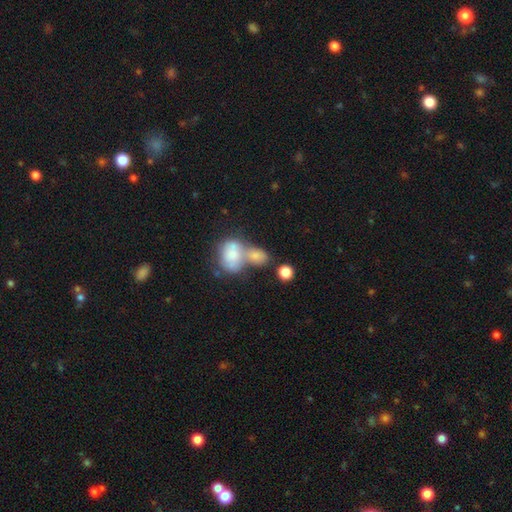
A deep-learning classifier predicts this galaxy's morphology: Q: Smooth or featured?
A: smooth (75%); runner-up: featured or disk (16%)
Q: How rounded?
A: in between (68%); runner-up: round (29%)
Q: Merging?
A: merger (61%); runner-up: none (23%)